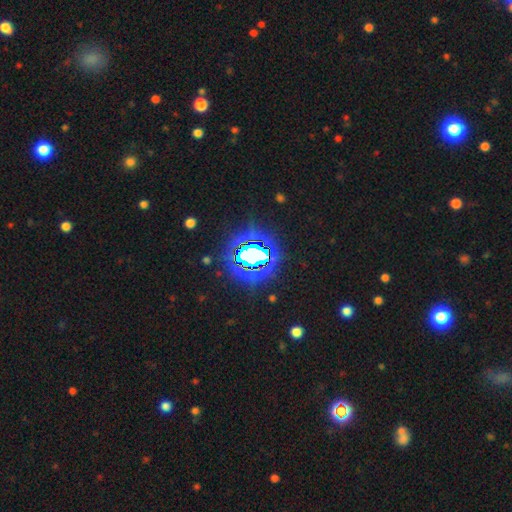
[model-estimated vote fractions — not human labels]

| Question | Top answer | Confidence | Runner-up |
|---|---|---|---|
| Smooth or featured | star or artifact | 76% | smooth (13%) |